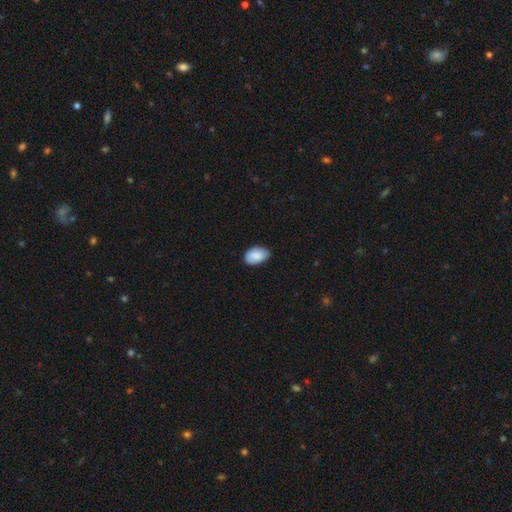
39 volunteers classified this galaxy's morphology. Smooth or featured: smooth — 79% (featured or disk — 13%)
How rounded: in between — 97% (cigar-shaped — 3%)
Merging: none — 58% (minor disturbance — 31%)